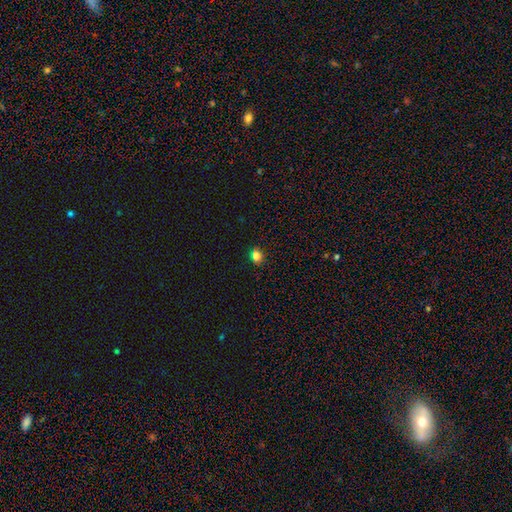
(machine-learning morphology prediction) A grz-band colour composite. It shows a smooth galaxy with no disk features (78%) that is round (62%). Merging: none (89%).